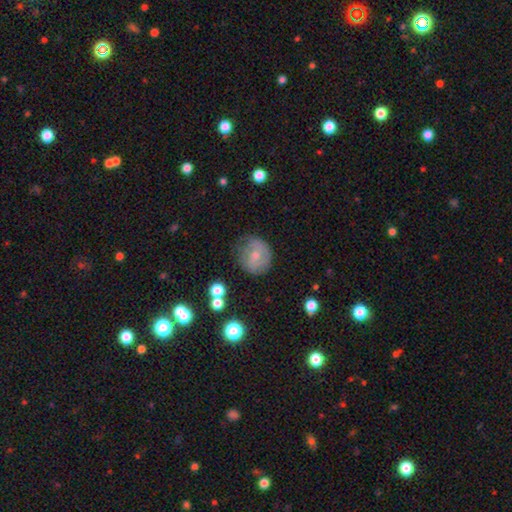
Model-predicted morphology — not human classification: Smooth or featured? smooth (50%)
Merging? none (65%)